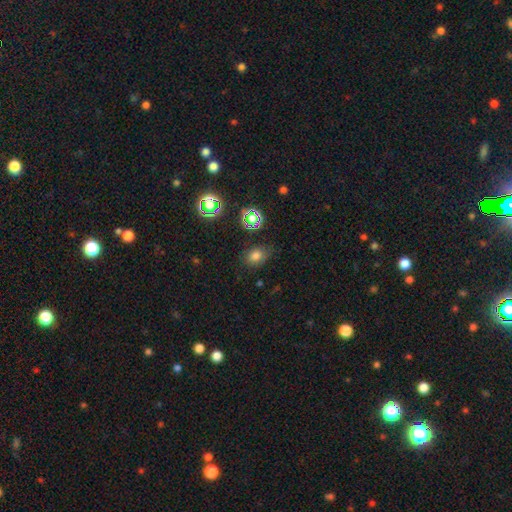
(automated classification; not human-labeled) This is likely a smooth galaxy (72%). How rounded: possibly in between (57%). Merging: likely none (77%).